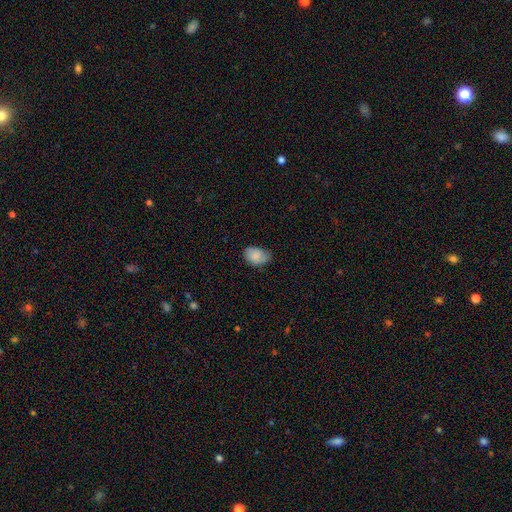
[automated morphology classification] Q: Smooth or featured?
A: smooth (84%); runner-up: featured or disk (9%)
Q: How rounded?
A: in between (82%); runner-up: round (17%)
Q: Merging?
A: none (60%); runner-up: minor disturbance (33%)